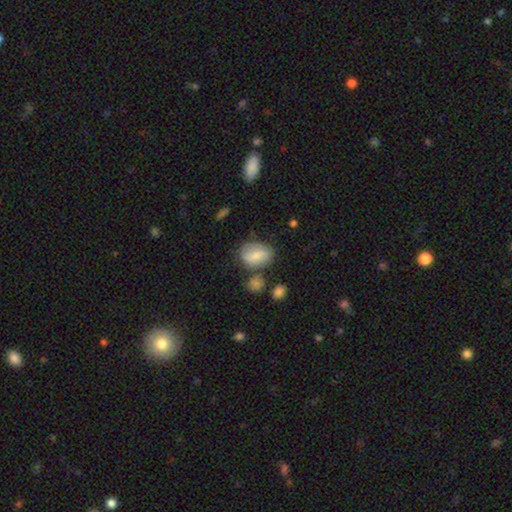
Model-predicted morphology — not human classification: This appears to be a smooth galaxy with no disk features (67%) that is in between round and cigar-shaped (74%). Merging: none (62%).